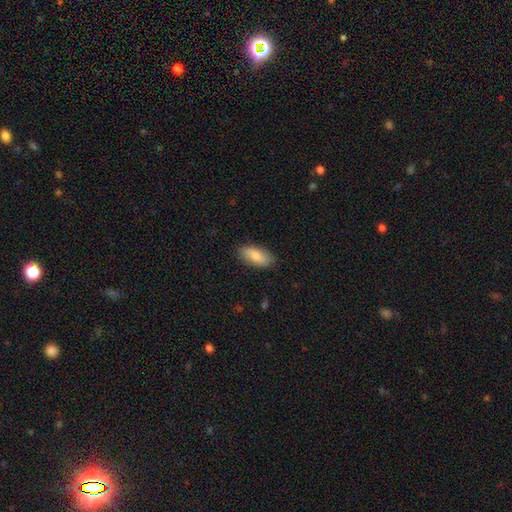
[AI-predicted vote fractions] smooth 81%, featured or disk 13%, star or artifact 6%. Down the decision tree: how rounded — in between (89%); merging — none (86%).